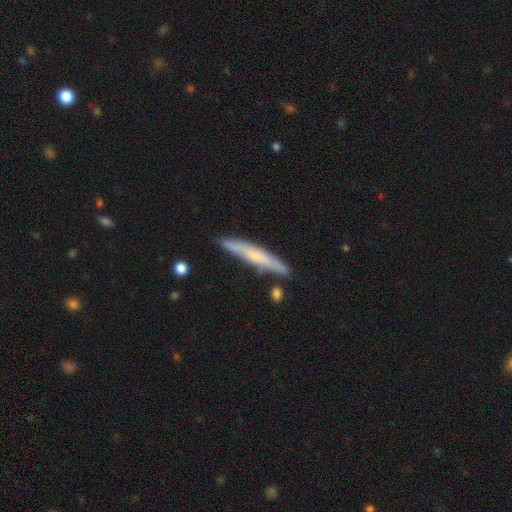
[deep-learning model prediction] The model was most divided on "smooth or featured": featured or disk: 50%, smooth: 44%, star or artifact: 6%. More confident: edge-on disk — yes (88%); merging — none (82%).